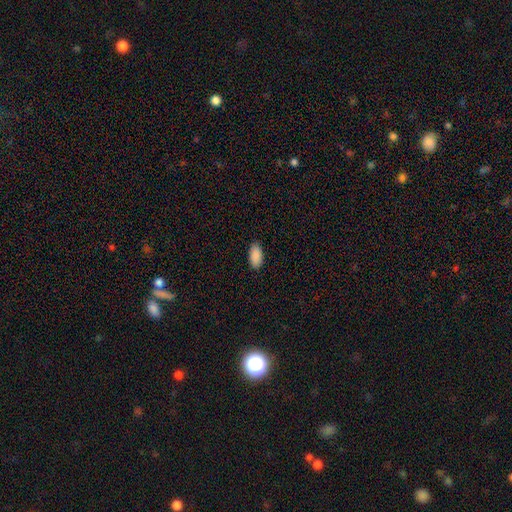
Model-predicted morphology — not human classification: smooth 90%, star or artifact 7%, featured or disk 3%. Down the decision tree: how rounded — in between (93%); merging — none (88%).